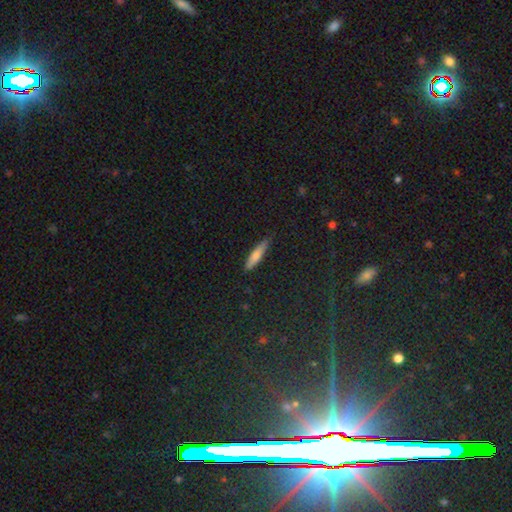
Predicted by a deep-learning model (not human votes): Smooth or featured?
  - smooth: 71% *
  - featured or disk: 22%
  - star or artifact: 7%
How rounded?
  - cigar-shaped: 80% *
  - in between: 18%
  - round: 2%
Merging?
  - none: 82% *
  - minor disturbance: 14%
  - major disturbance: 2%
  - merger: 1%